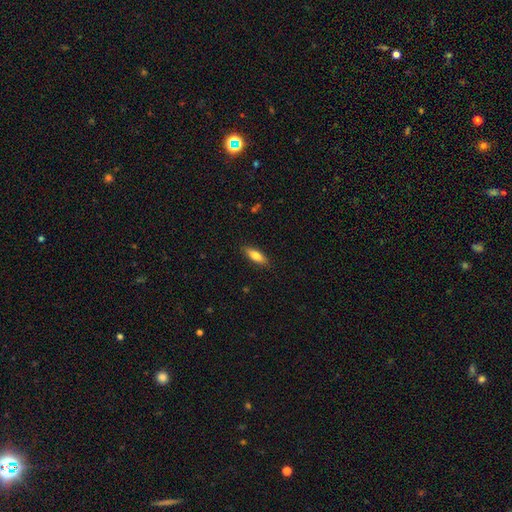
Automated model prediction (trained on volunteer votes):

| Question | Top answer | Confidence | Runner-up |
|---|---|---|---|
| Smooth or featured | smooth | 75% | featured or disk (19%) |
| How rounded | in between | 57% | cigar-shaped (40%) |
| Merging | none | 88% | minor disturbance (9%) |